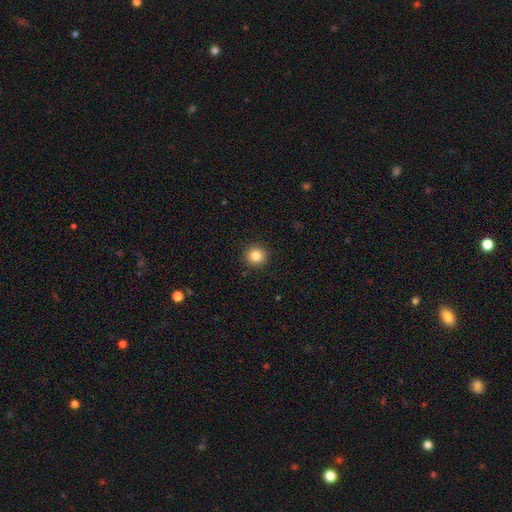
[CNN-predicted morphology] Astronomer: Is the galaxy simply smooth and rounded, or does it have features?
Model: smooth — 83%.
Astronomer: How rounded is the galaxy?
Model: round — 95%.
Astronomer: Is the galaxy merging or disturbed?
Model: none — 92%.